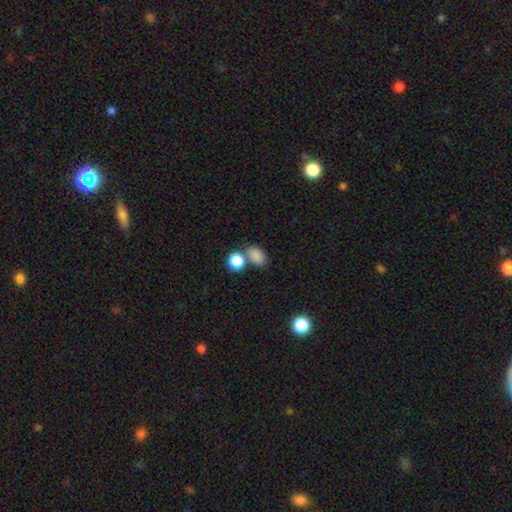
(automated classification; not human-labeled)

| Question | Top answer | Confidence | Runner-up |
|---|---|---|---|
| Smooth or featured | smooth | 84% | star or artifact (11%) |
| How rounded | in between | 75% | round (24%) |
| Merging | none | 59% | merger (24%) |